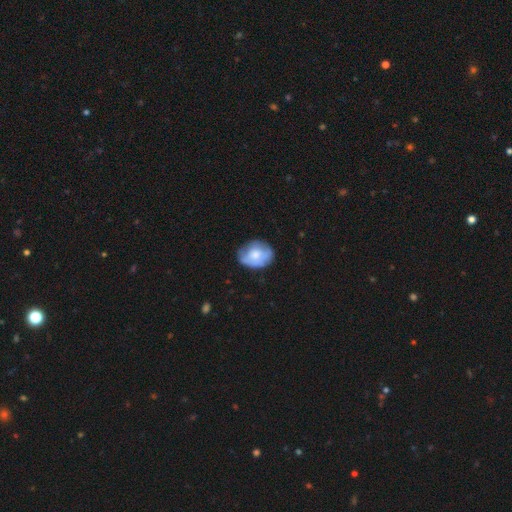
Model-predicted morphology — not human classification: Q: Smooth or featured?
A: smooth (59%); runner-up: featured or disk (34%)
Q: How rounded?
A: in between (57%); runner-up: round (42%)
Q: Merging?
A: none (62%); runner-up: minor disturbance (28%)